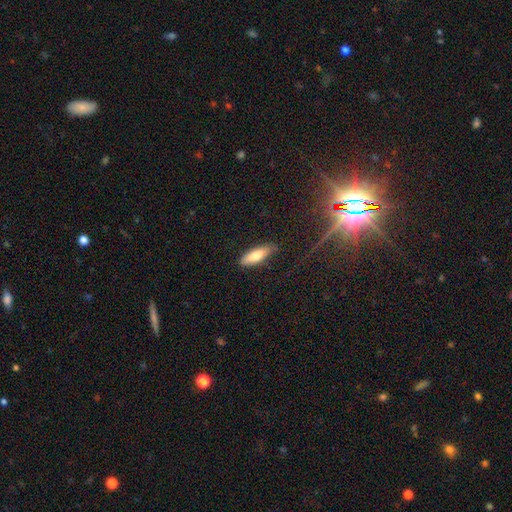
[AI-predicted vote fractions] smooth_or_featured: smooth (p=0.76) [alt: featured or disk p=0.17]
how_rounded: in between (p=0.52) [alt: cigar-shaped p=0.46]
merging: none (p=0.82) [alt: minor disturbance p=0.14]